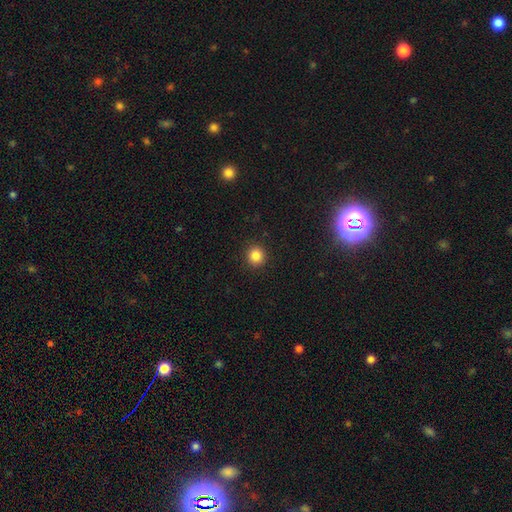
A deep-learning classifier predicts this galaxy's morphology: The model was most divided on "smooth or featured": smooth: 85%, star or artifact: 11%, featured or disk: 4%. More confident: how rounded — round (92%); merging — none (92%).